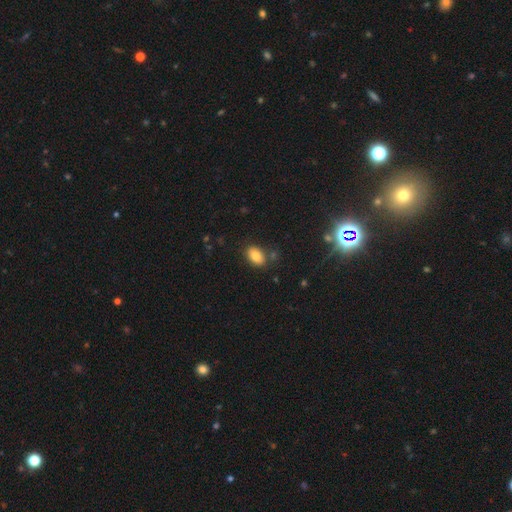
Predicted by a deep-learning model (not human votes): A smooth galaxy with no disk features (82%) that is in between round and cigar-shaped (89%). Merging: none (79%).